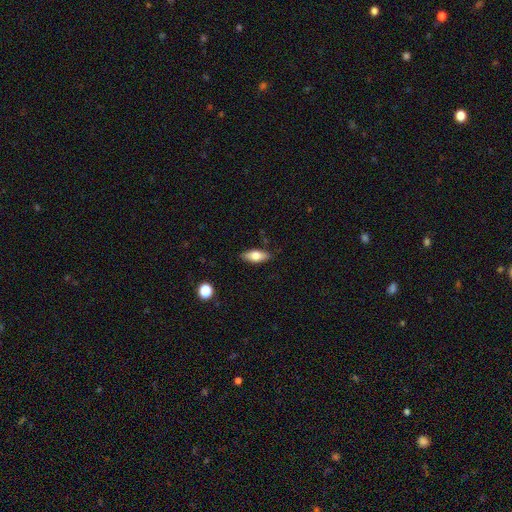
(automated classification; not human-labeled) This appears to be a smooth galaxy with no disk features (72%) that is in between round and cigar-shaped (78%). Merging: none (85%).